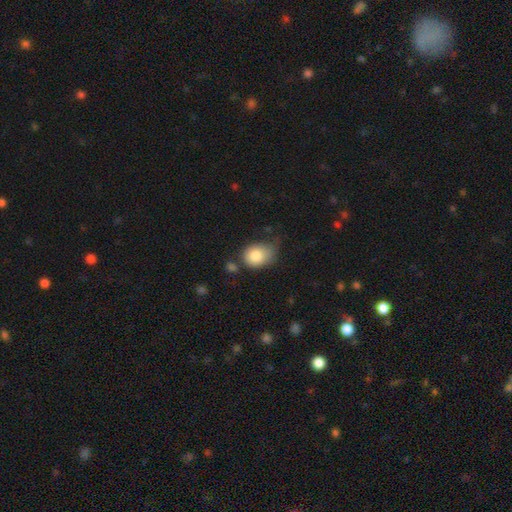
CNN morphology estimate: smooth 84%, featured or disk 8%, star or artifact 8%. Down the decision tree: how rounded — in between (56%); merging — none (41%).